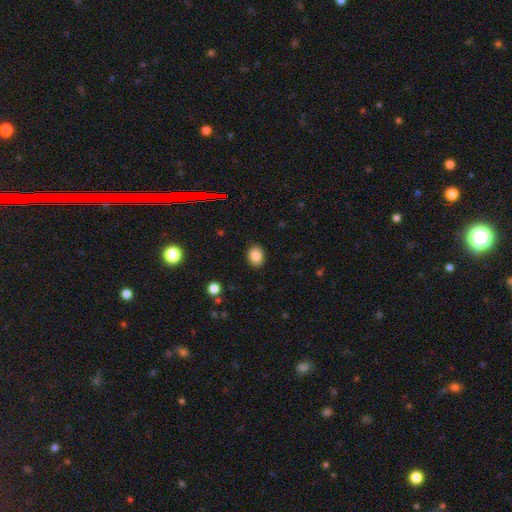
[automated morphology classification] A smooth galaxy with no disk features (86%) that is in between round and cigar-shaped (59%). Merging: none (89%).